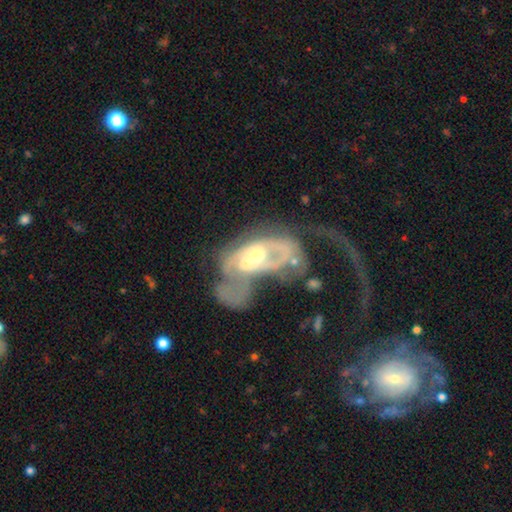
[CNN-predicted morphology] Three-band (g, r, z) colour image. It shows a featured or disk galaxy (72%) with no bar (75%), spiral arms (53%) and a moderate central bulge (67%). Merging: merger (56%).